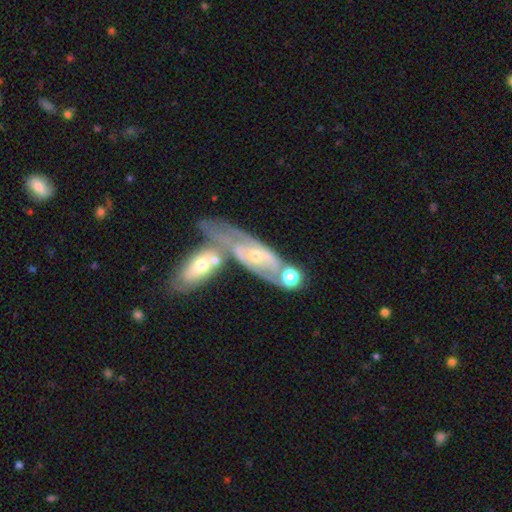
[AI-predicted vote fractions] Smooth or featured? Predicted: featured or disk (p=0.79). Edge-on disk? Predicted: no (p=0.86). Bar? Predicted: no (p=0.66). Spiral arms? Predicted: yes (p=0.85). Spiral winding? Predicted: tight (p=0.56). Spiral arm count? Predicted: 2 (p=0.44). Bulge size? Predicted: small (p=0.61). Merging? Predicted: merger (p=0.43).